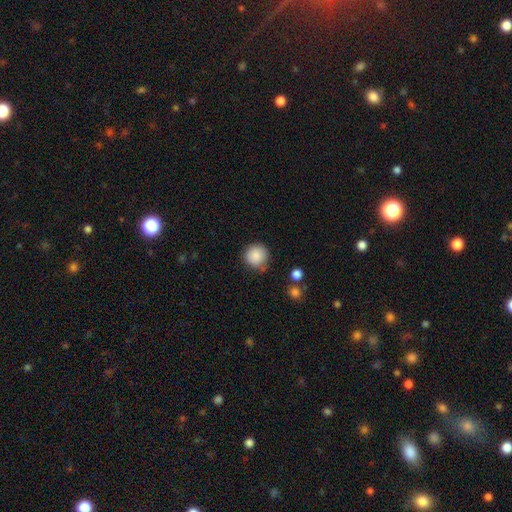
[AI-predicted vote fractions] A smooth galaxy with no disk features (87%) that is round (93%). Merging: none (79%).